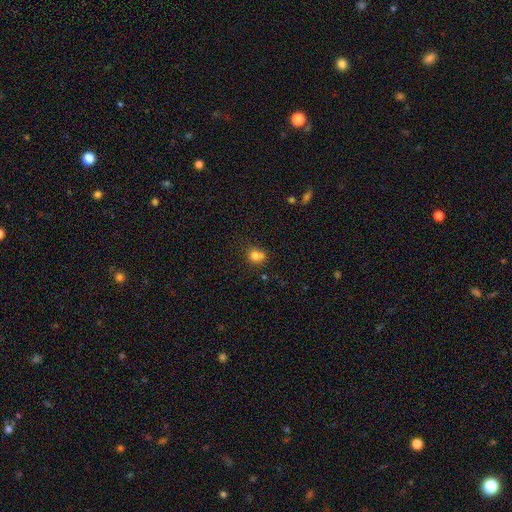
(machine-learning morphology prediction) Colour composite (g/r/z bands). It shows a smooth galaxy with no disk features (76%) that is round (73%). Merging: none (44%).